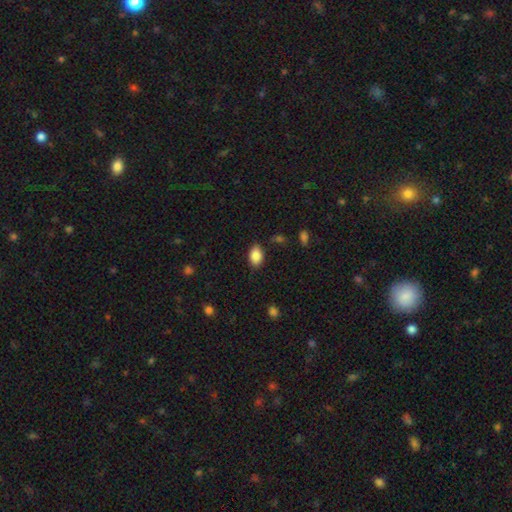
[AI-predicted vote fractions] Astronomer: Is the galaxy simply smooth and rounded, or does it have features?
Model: smooth — 87%.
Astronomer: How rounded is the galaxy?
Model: in between — 86%.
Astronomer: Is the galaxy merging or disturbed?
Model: none — 84%.